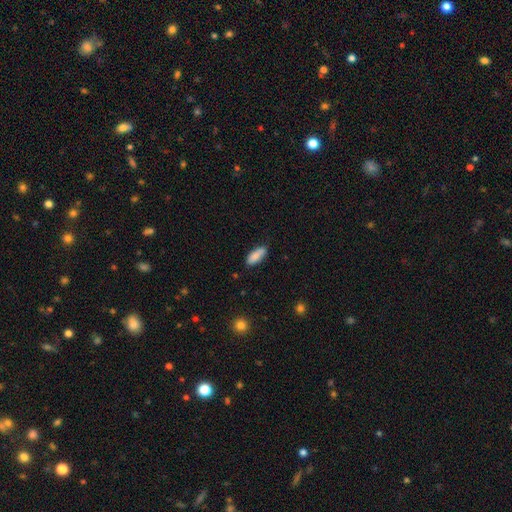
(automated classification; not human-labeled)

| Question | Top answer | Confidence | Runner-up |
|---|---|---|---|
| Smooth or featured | smooth | 85% | featured or disk (8%) |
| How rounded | in between | 72% | cigar-shaped (26%) |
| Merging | none | 78% | minor disturbance (17%) |